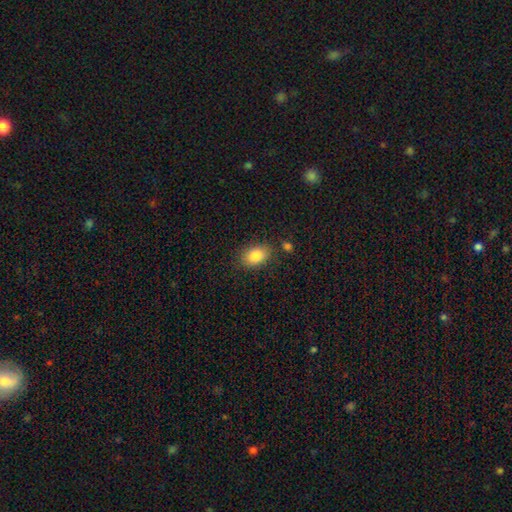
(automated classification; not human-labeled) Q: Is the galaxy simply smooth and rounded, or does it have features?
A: smooth — 84%.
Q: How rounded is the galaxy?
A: in between — 82%.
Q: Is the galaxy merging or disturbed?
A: none — 81%.